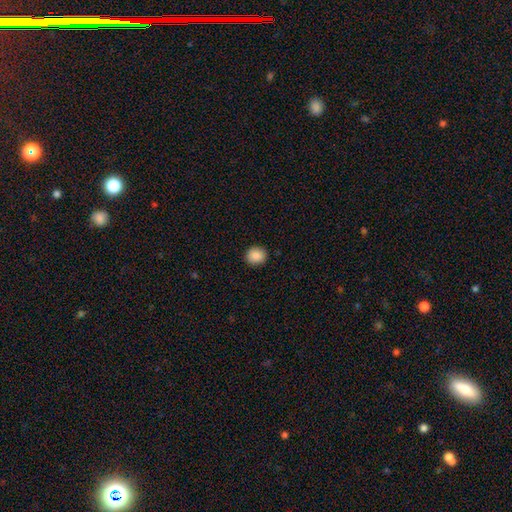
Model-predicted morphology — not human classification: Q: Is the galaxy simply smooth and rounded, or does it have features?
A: smooth — 88%.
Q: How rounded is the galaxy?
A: round — 79%.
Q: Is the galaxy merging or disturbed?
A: none — 91%.